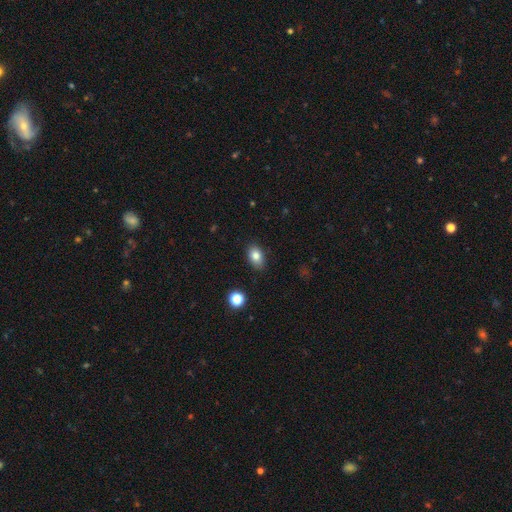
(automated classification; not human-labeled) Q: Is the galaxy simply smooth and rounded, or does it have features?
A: smooth — 83%.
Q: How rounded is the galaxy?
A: in between — 85%.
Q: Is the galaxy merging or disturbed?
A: none — 86%.